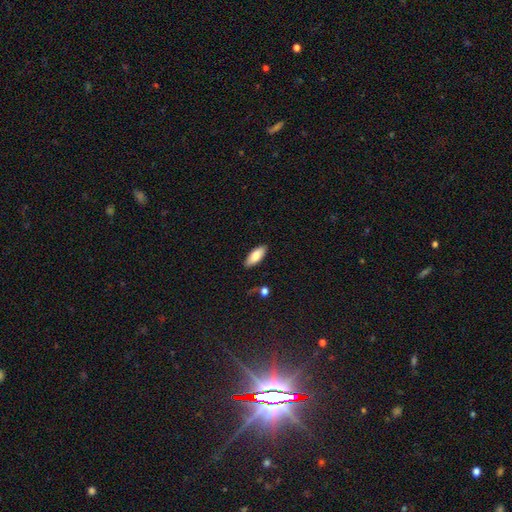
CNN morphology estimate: smooth 80%, featured or disk 14%, star or artifact 6%. Down the decision tree: how rounded — in between (79%); merging — none (87%).